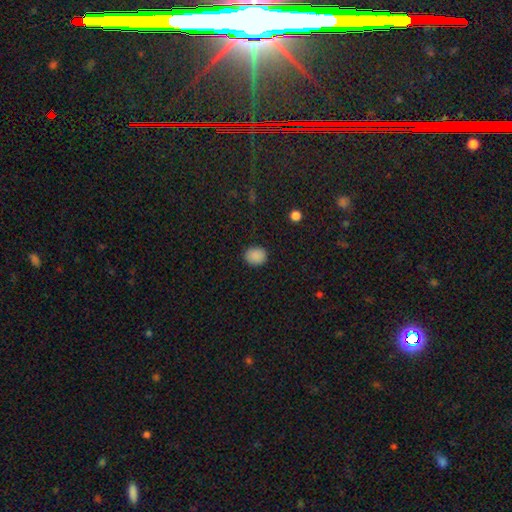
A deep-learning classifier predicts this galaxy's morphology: smooth_or_featured: smooth (p=0.88) [alt: star or artifact p=0.09]
how_rounded: round (p=0.69) [alt: in between p=0.30]
merging: none (p=0.89) [alt: minor disturbance p=0.08]